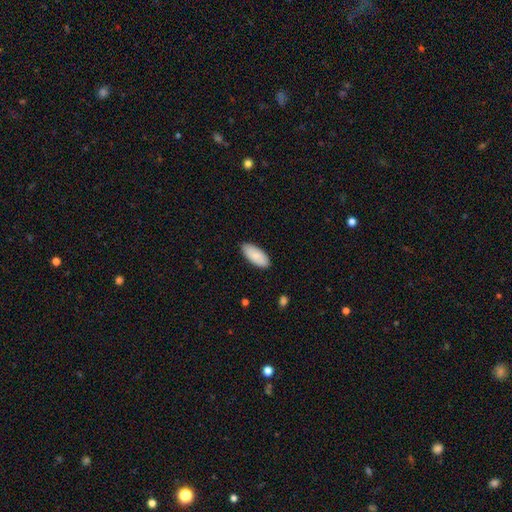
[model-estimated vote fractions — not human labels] Smooth or featured? Predicted: smooth (p=0.85). How rounded? Predicted: in between (p=0.91). Merging? Predicted: none (p=0.86).